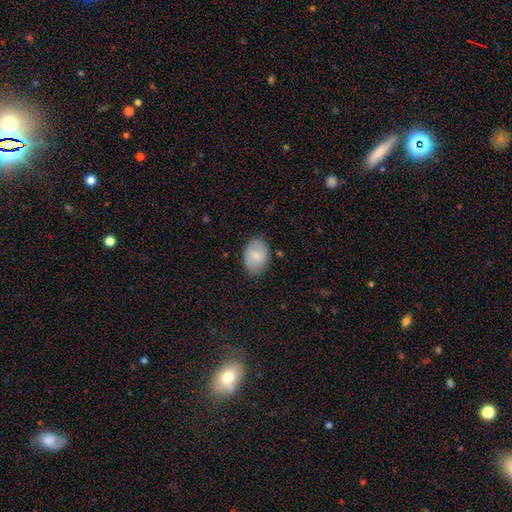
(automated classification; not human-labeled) The model was most divided on "smooth or featured": smooth: 68%, featured or disk: 25%, star or artifact: 7%. More confident: how rounded — in between (81%); merging — none (80%).